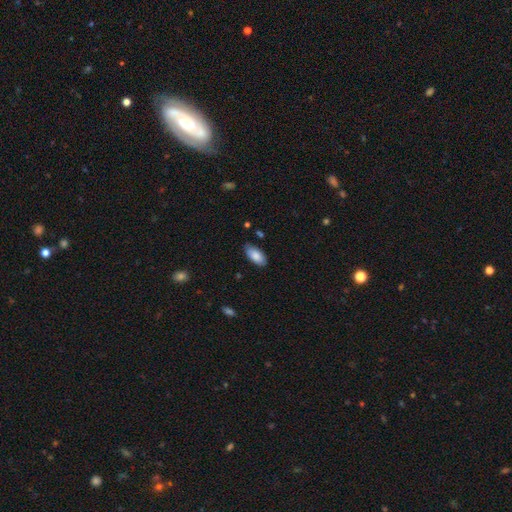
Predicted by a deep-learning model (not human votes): Smooth or featured: smooth — 84% (featured or disk — 10%)
How rounded: in between — 92% (cigar-shaped — 6%)
Merging: none — 82% (minor disturbance — 15%)